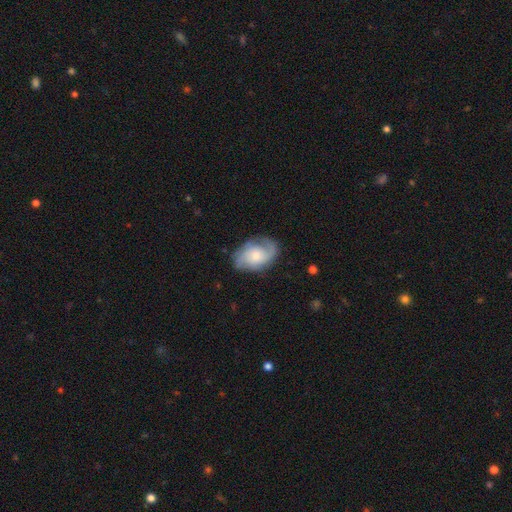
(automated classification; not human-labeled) This is likely a featured or disk galaxy (62%). It is clearly not viewed edge-on (97%). Bar: likely no (69%). Spiral arm pattern: clearly yes (89%). Spiral arm count: likely 2 (60%). Spiral winding: marginally medium (44%). Central bulge: possibly moderate (46%). Merging: likely none (70%).